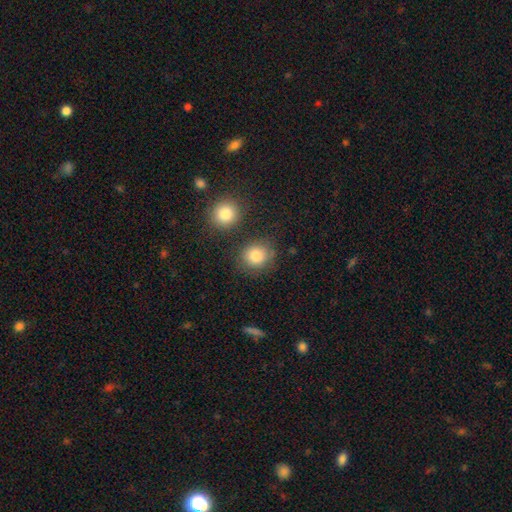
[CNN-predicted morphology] Smooth or featured?
  - smooth: 83% *
  - star or artifact: 10%
  - featured or disk: 7%
How rounded?
  - round: 77% *
  - in between: 22%
  - cigar-shaped: 1%
Merging?
  - none: 75% *
  - minor disturbance: 13%
  - merger: 8%
  - major disturbance: 4%